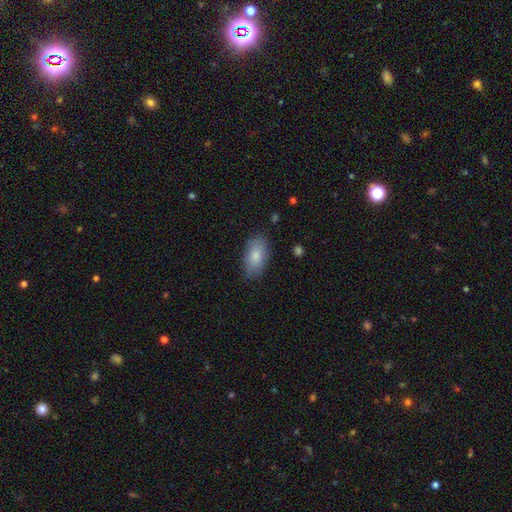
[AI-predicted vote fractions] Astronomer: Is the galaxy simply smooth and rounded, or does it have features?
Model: smooth — 82%.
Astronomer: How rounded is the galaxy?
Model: in between — 92%.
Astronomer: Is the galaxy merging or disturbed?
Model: none — 81%.